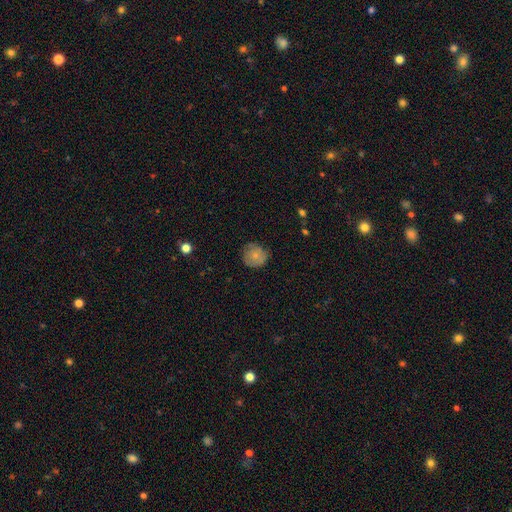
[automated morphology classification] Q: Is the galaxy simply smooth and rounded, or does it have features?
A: smooth — 73%.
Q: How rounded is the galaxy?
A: round — 88%.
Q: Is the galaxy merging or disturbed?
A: none — 73%.